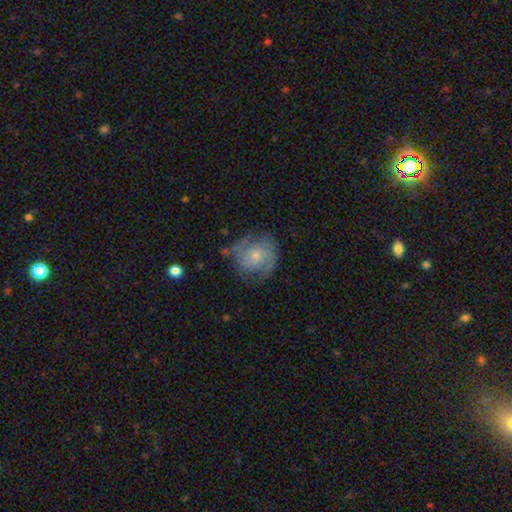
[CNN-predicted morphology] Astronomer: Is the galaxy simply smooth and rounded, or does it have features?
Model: featured or disk — 66%.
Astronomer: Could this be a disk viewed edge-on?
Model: no — 97%.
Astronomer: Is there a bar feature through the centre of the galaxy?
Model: no — 74%.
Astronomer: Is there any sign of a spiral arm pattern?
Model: yes — 87%.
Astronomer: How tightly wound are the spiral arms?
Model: medium — 42% (runner-up: tight, 39%).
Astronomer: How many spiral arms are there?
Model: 2 — 64%.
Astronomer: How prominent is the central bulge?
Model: small — 59% (runner-up: moderate, 34%).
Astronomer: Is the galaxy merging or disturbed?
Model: none — 66%.